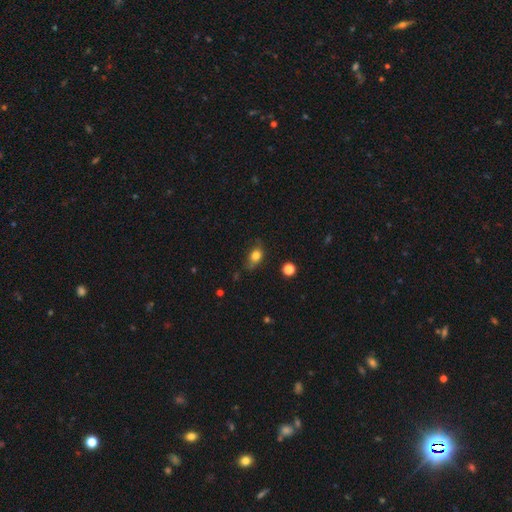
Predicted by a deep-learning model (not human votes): This is likely a smooth galaxy (79%). How rounded: likely in between (68%). Merging: likely none (60%).